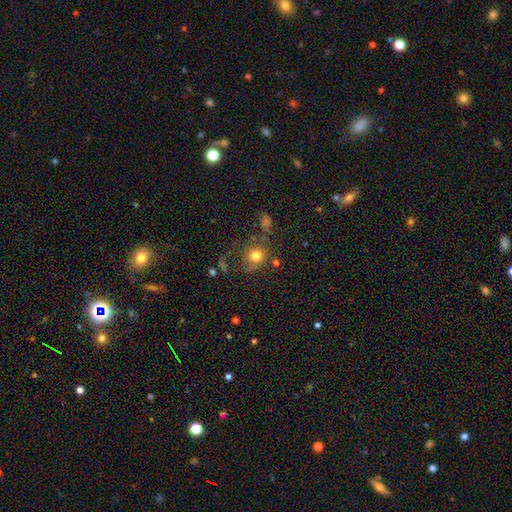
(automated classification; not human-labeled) A smooth galaxy with no disk features (75%) that is round (81%). Merging: none (61%).